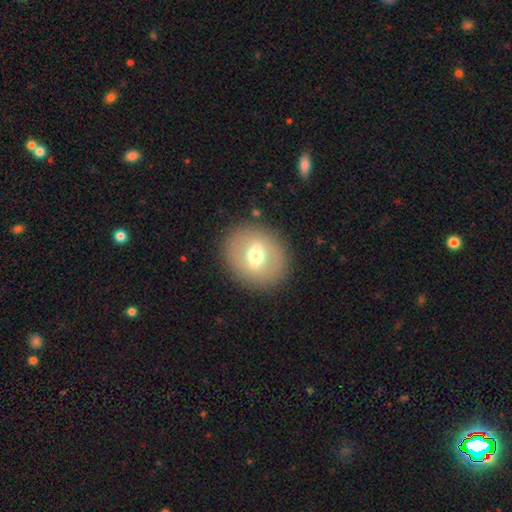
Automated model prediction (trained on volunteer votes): Smooth or featured? Predicted: smooth (p=0.51). How rounded? Predicted: round (p=0.78). Merging? Predicted: none (p=0.87).